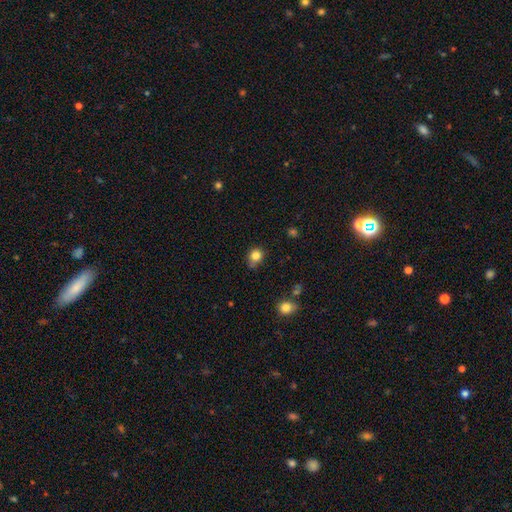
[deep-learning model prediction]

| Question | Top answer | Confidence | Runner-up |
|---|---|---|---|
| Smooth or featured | smooth | 82% | star or artifact (12%) |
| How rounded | round | 74% | in between (25%) |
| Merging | none | 64% | minor disturbance (26%) |